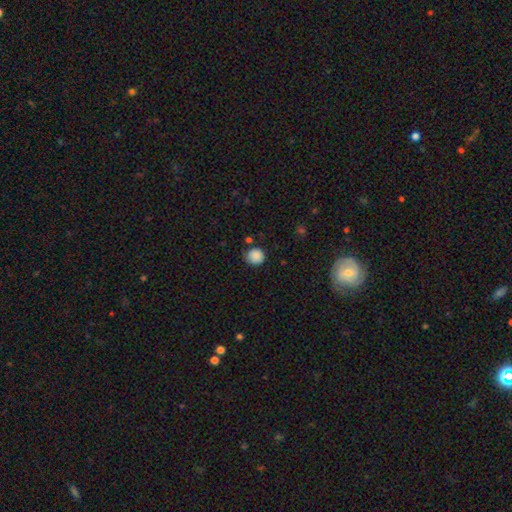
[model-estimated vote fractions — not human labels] Smooth or featured?
  - smooth: 87% *
  - star or artifact: 10%
  - featured or disk: 4%
How rounded?
  - round: 90% *
  - in between: 9%
  - cigar-shaped: 1%
Merging?
  - none: 75% *
  - minor disturbance: 19%
  - major disturbance: 3%
  - merger: 3%